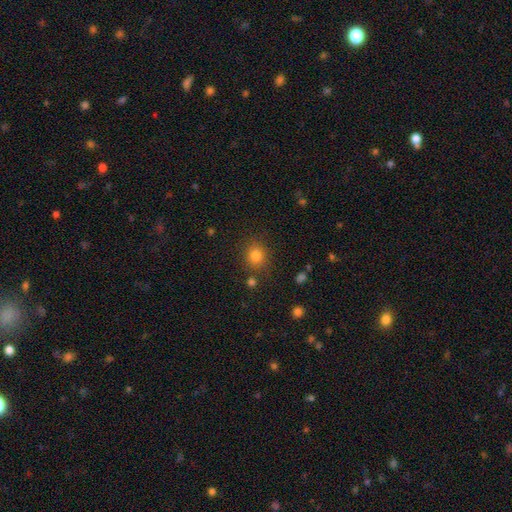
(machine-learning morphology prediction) The model was most divided on "how rounded": round: 78%, in between: 21%, cigar-shaped: 1%. More confident: merging — none (82%); smooth or featured — smooth (82%).